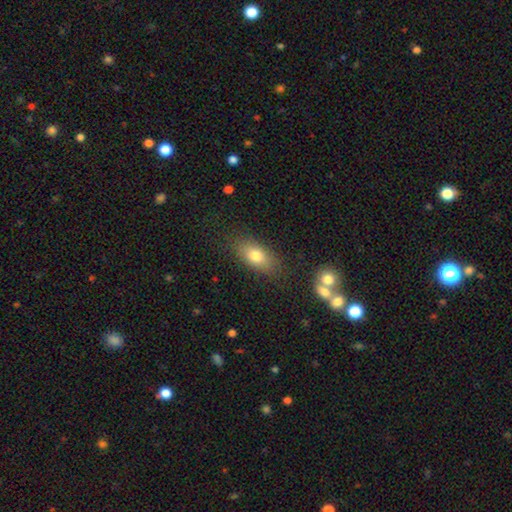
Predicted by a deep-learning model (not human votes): Smooth or featured? Predicted: smooth (p=0.77). How rounded? Predicted: in between (p=0.83). Merging? Predicted: none (p=0.81).